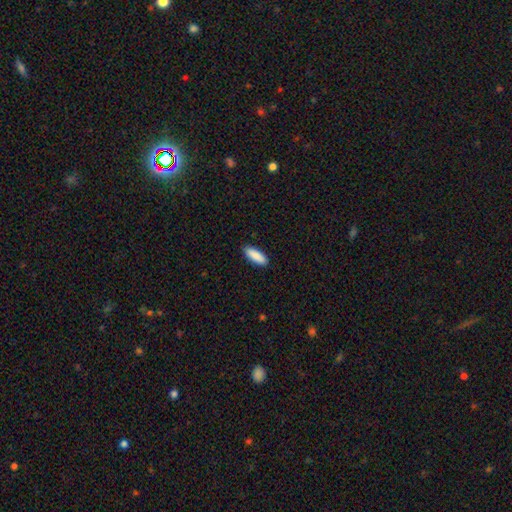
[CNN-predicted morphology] The model was most divided on "how rounded": in between: 64%, cigar-shaped: 35%, round: 2%. More confident: smooth or featured — smooth (91%); merging — none (90%).